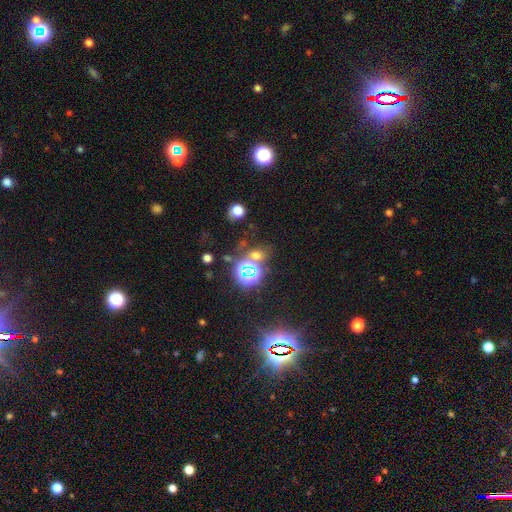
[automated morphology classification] smooth-or-featured: star or artifact: 51% | smooth: 40% | featured or disk: 9%